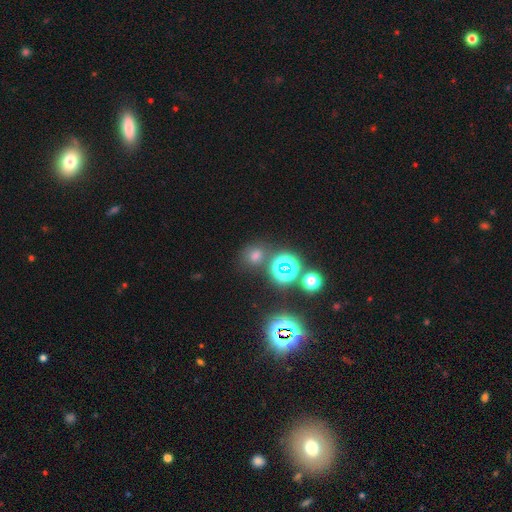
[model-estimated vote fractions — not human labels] Overall: smooth (50%; star or artifact 41%). How rounded: round (76%). Merging: none (75%).